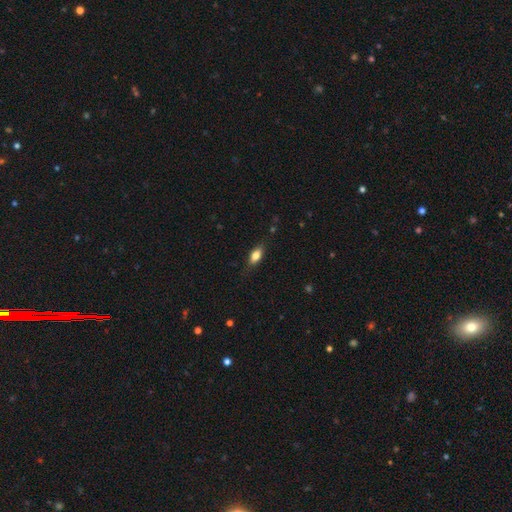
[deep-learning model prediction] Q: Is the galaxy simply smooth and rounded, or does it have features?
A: smooth — 75%.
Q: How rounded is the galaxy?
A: in between — 81%.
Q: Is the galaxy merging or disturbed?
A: none — 77%.